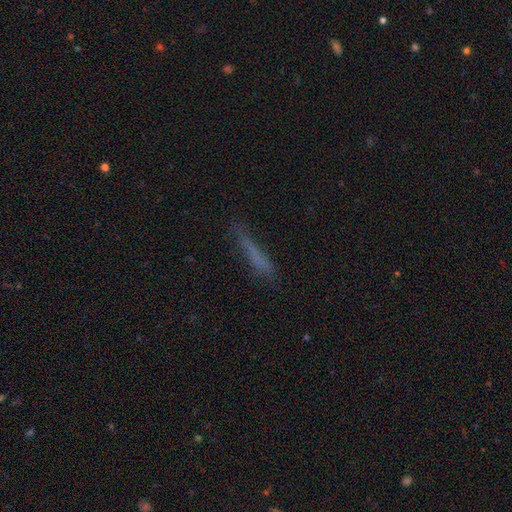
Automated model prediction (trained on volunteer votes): Smooth or featured? Predicted: smooth (p=0.64). How rounded? Predicted: cigar-shaped (p=0.92). Merging? Predicted: none (p=0.69).